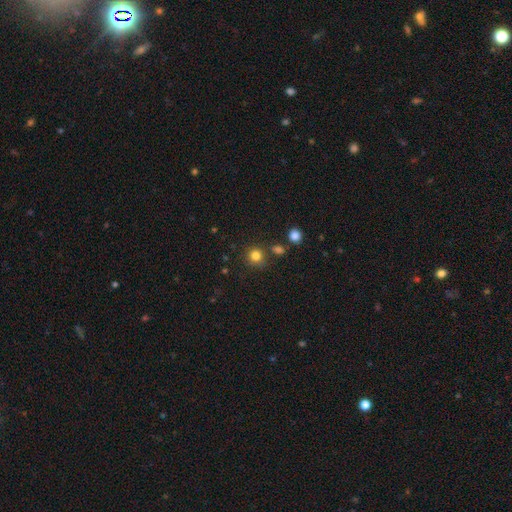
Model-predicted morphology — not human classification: Overall: smooth (81%). How rounded: round (91%). Merging: none (81%).